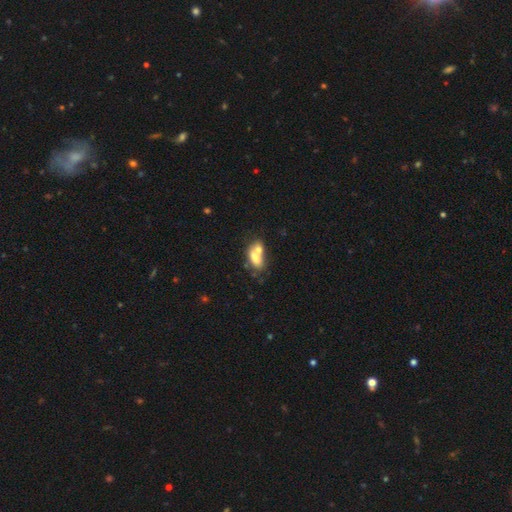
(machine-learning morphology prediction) A smooth galaxy with no disk features (67%) that is in between round and cigar-shaped (83%).

Vote fractions:
- Smooth or featured? smooth: 67% / featured or disk: 24% / star or artifact: 9%
- How rounded? in between: 83% / round: 12% / cigar-shaped: 5%
- Merging? merger: 61% / none: 24% / minor disturbance: 10% / major disturbance: 6%